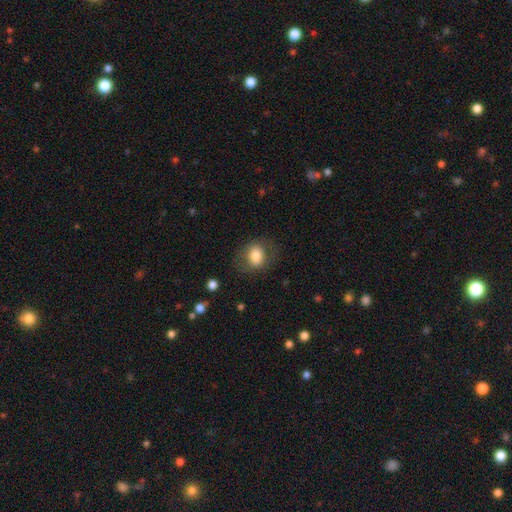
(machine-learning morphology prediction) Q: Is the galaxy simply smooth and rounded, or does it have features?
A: smooth — 76%.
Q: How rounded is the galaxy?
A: in between — 52%.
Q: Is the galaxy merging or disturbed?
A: none — 75%.